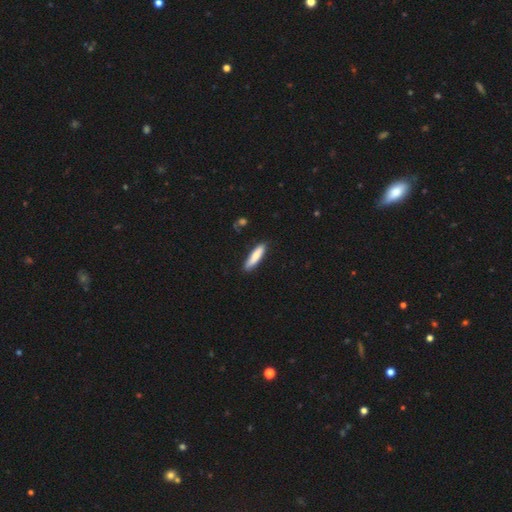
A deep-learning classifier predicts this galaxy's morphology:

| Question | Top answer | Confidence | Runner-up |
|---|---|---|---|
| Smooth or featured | smooth | 75% | featured or disk (19%) |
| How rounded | cigar-shaped | 80% | in between (19%) |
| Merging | none | 84% | minor disturbance (12%) |